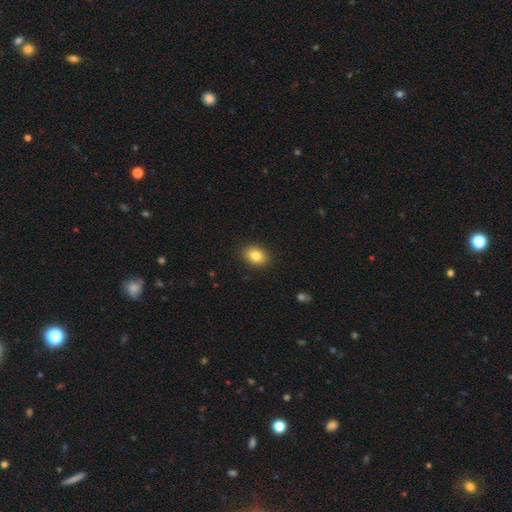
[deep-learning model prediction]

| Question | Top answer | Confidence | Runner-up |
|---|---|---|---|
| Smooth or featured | smooth | 84% | star or artifact (9%) |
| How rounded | in between | 66% | round (33%) |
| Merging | none | 89% | minor disturbance (8%) |